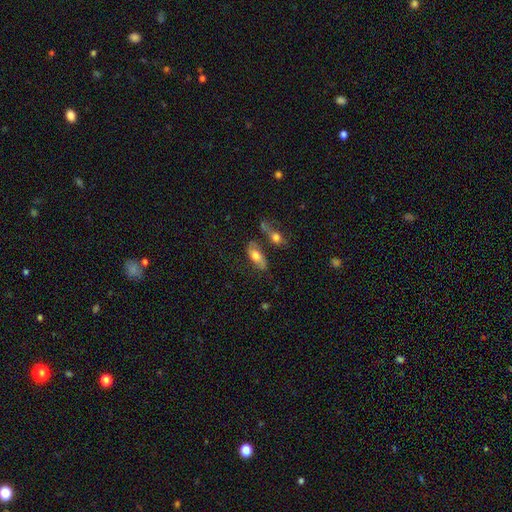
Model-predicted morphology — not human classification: This is likely a smooth galaxy (62%). How rounded: clearly in between (81%). Merging: marginally none (44%).